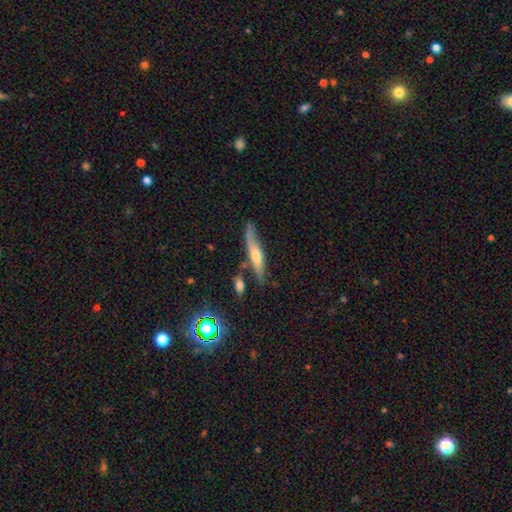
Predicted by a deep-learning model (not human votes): Smooth or featured?
  - featured or disk: 50% *
  - smooth: 41%
  - star or artifact: 8%
Edge-on disk?
  - yes: 84% *
  - no: 16%
Merging?
  - none: 64% *
  - minor disturbance: 20%
  - merger: 10%
  - major disturbance: 5%